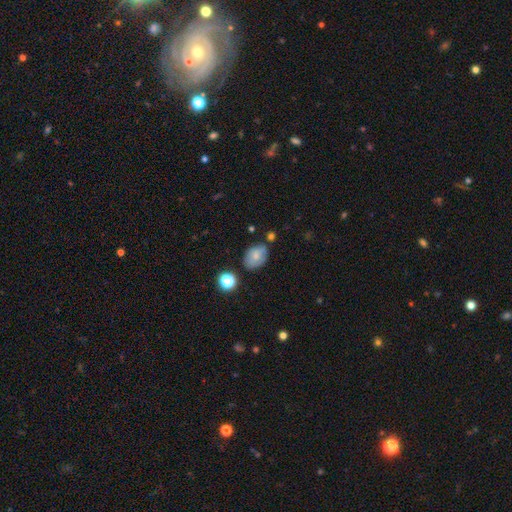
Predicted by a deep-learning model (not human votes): smooth_or_featured: smooth (p=0.73) [alt: featured or disk p=0.17]
how_rounded: in between (p=0.73) [alt: round p=0.25]
merging: none (p=0.69) [alt: minor disturbance p=0.21]